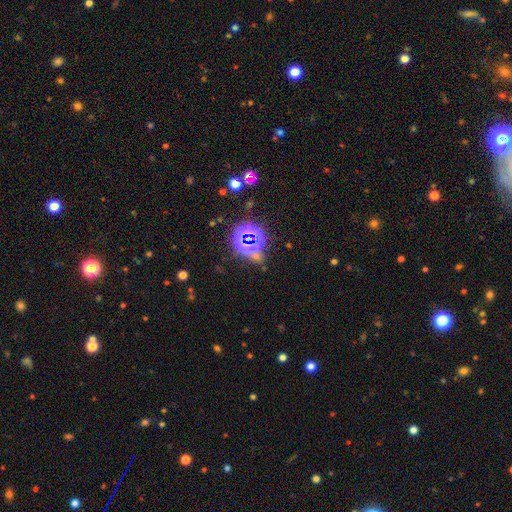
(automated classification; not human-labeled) Overall: star or artifact (71%).